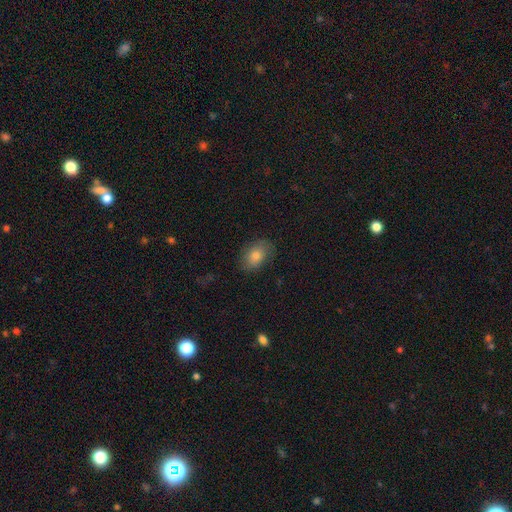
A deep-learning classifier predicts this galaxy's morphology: Smooth or featured? smooth (75%)
How rounded? in between (84%)
Merging? none (81%)